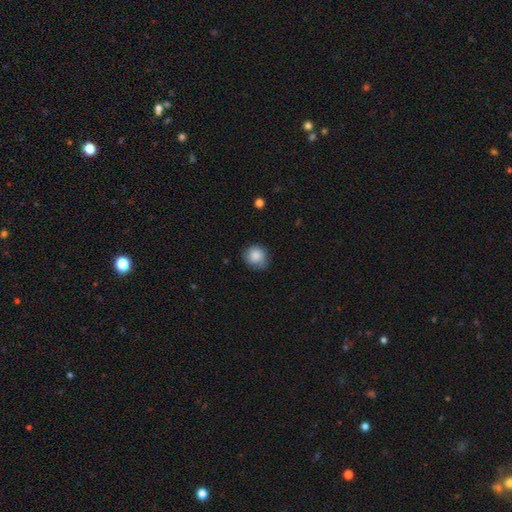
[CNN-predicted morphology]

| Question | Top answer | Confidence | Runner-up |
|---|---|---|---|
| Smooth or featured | smooth | 81% | featured or disk (11%) |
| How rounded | round | 84% | in between (15%) |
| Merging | none | 68% | minor disturbance (25%) |